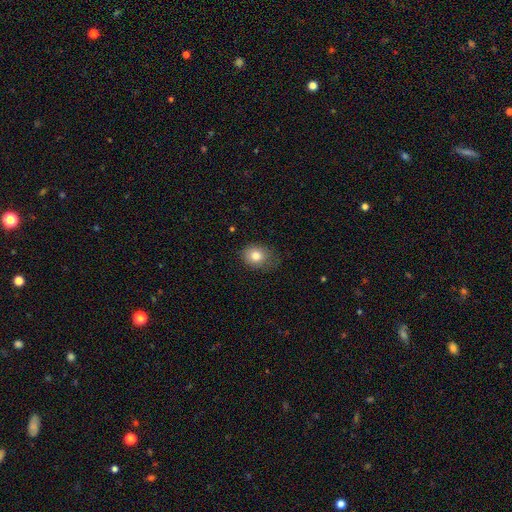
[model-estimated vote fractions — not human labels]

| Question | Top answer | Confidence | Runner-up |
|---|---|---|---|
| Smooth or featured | smooth | 81% | star or artifact (9%) |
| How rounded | round | 50% | in between (49%) |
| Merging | none | 63% | minor disturbance (28%) |